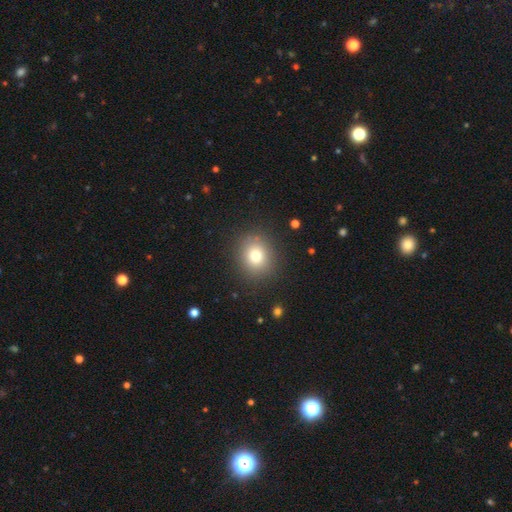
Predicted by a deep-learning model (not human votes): Smooth or featured? Predicted: smooth (p=0.77). How rounded? Predicted: round (p=0.78). Merging? Predicted: none (p=0.88).